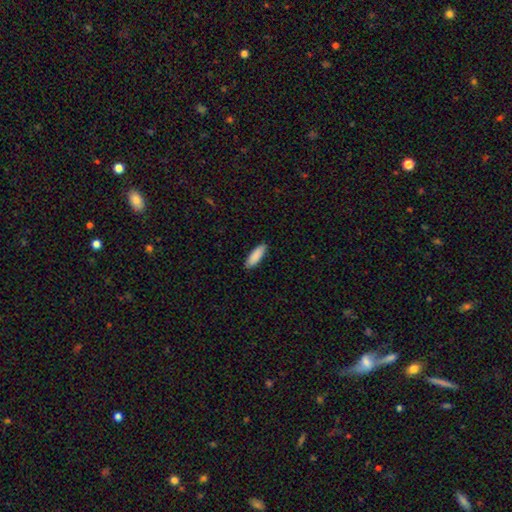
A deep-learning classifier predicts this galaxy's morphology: smooth 90%, star or artifact 5%, featured or disk 5%. Down the decision tree: how rounded — in between (57%); merging — none (89%).